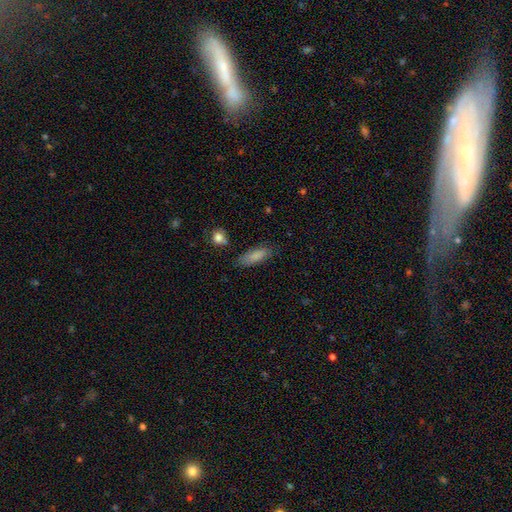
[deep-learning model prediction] A smooth galaxy with no disk features (85%) that is in between round and cigar-shaped (64%). Merging: none (78%).